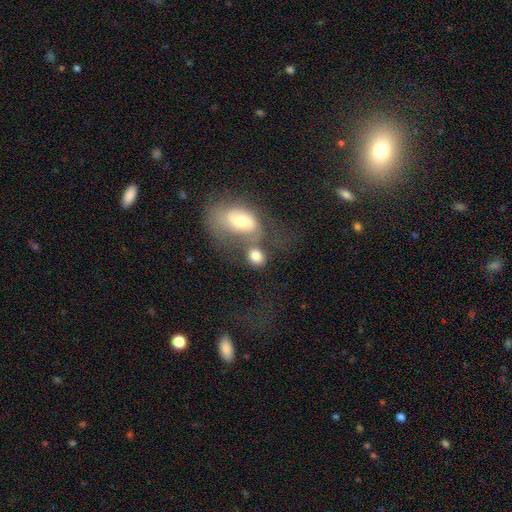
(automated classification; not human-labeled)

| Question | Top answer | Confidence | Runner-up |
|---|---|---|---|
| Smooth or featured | smooth | 70% | featured or disk (21%) |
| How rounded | in between | 60% | round (38%) |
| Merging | merger | 48% | none (30%) |